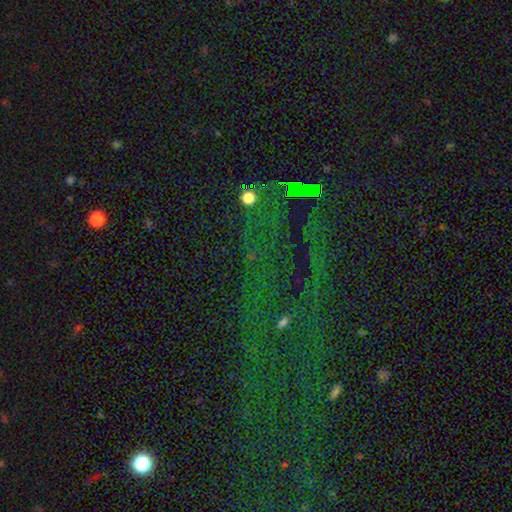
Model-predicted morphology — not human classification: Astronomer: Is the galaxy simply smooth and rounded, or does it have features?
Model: star or artifact — 81%.